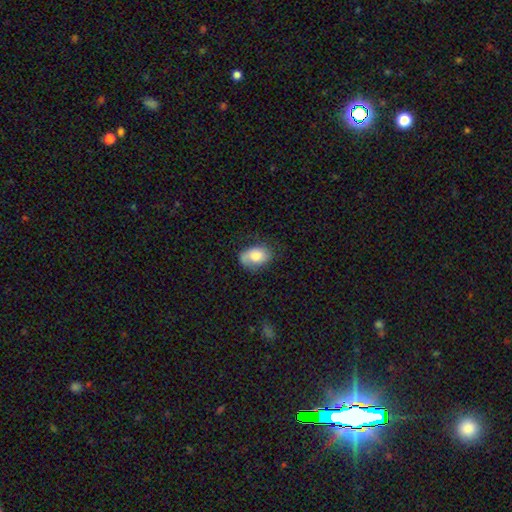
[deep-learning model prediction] Smooth or featured?
  - smooth: 70% *
  - featured or disk: 22%
  - star or artifact: 8%
How rounded?
  - in between: 83% *
  - round: 16%
  - cigar-shaped: 1%
Merging?
  - none: 56% *
  - minor disturbance: 29%
  - major disturbance: 12%
  - merger: 2%